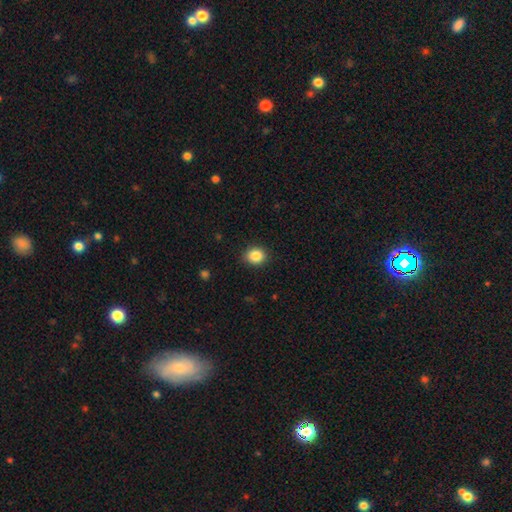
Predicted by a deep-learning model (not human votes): This is clearly a smooth galaxy (86%). How rounded: likely round (70%). Merging: clearly none (89%).